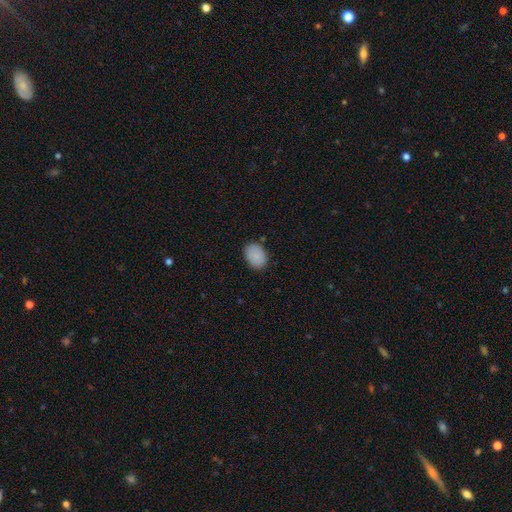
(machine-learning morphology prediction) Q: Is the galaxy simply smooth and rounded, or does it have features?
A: smooth — 88%.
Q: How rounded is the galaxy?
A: in between — 72%.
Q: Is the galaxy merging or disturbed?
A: none — 85%.